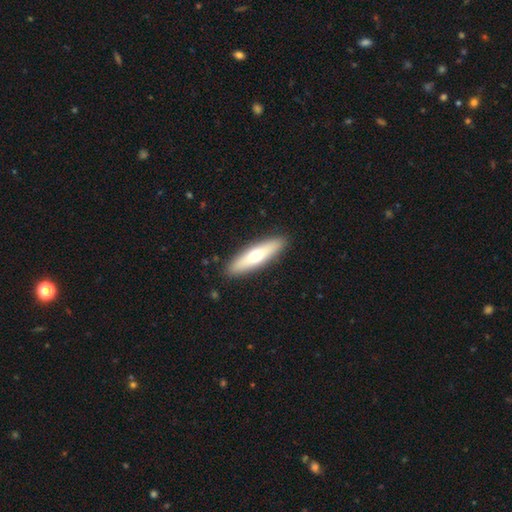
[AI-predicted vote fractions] The model was most divided on "smooth or featured": smooth: 58%, featured or disk: 36%, star or artifact: 6%. More confident: merging — none (89%); how rounded — cigar-shaped (68%).